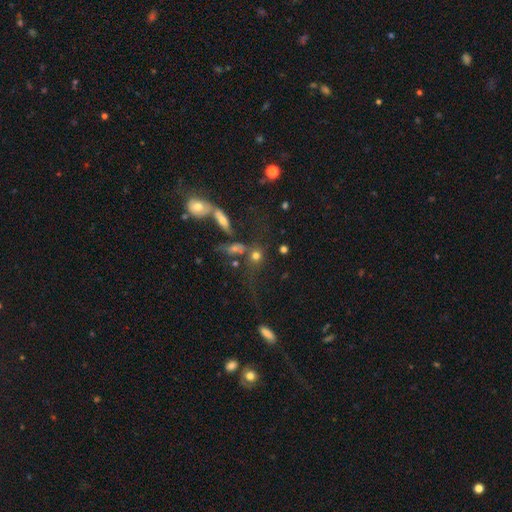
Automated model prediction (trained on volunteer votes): This appears to be a smooth galaxy with no disk features (67%) that is round (69%). Merging: none (42%).